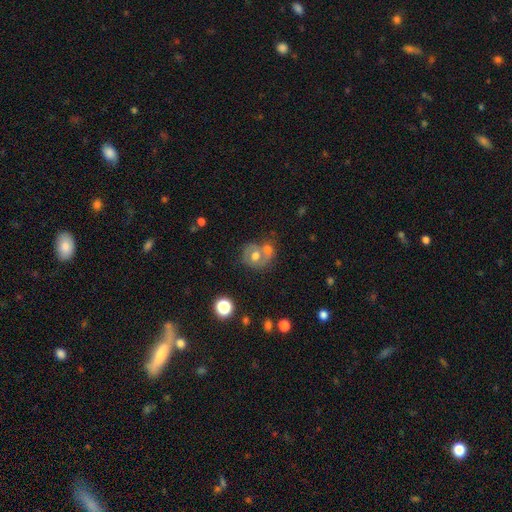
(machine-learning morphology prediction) smooth_or_featured: smooth (p=0.46) [alt: featured or disk p=0.44]
merging: merger (p=0.44) [alt: none p=0.38]